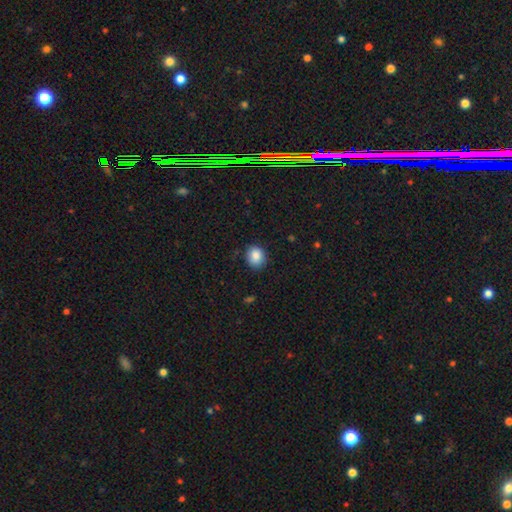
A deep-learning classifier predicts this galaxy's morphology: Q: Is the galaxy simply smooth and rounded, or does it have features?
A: smooth — 87%.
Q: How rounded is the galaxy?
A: round — 69%.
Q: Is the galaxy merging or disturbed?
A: none — 85%.